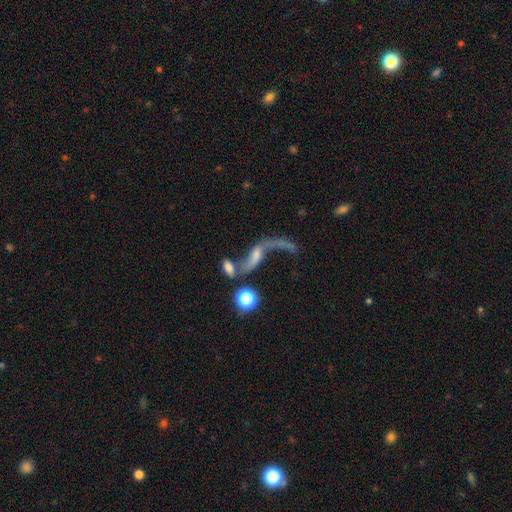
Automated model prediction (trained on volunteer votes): Smooth or featured?
  - featured or disk: 74% *
  - smooth: 16%
  - star or artifact: 10%
Edge-on disk?
  - no: 88% *
  - yes: 12%
Bar?
  - no: 51% *
  - weak: 32%
  - strong: 17%
Spiral arms?
  - yes: 82% *
  - no: 18%
Spiral winding?
  - loose: 95% *
  - medium: 3%
  - tight: 2%
Spiral arm count?
  - 2: 82% *
  - 1: 13%
  - can't tell: 2%
  - 3: 1%
  - 4: 1%
  - more than 4: 1%
Bulge size?
  - small: 40% *
  - moderate: 26%
  - none: 25%
  - large: 6%
  - dominant: 3%
Merging?
  - none: 32% *
  - merger: 31%
  - major disturbance: 23%
  - minor disturbance: 14%